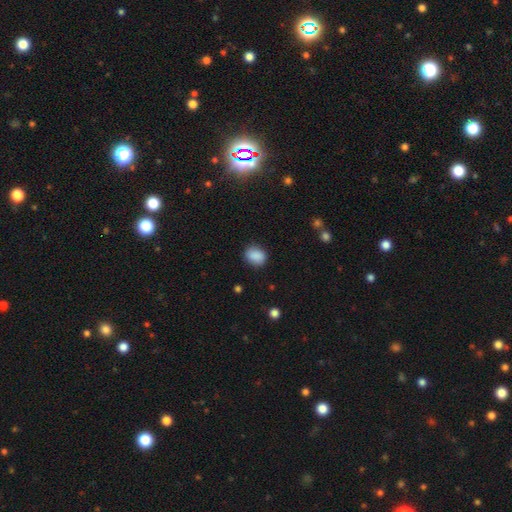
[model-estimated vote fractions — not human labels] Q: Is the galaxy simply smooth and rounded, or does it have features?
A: smooth — 88%.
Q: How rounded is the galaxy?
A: in between — 54%.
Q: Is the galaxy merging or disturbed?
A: none — 83%.